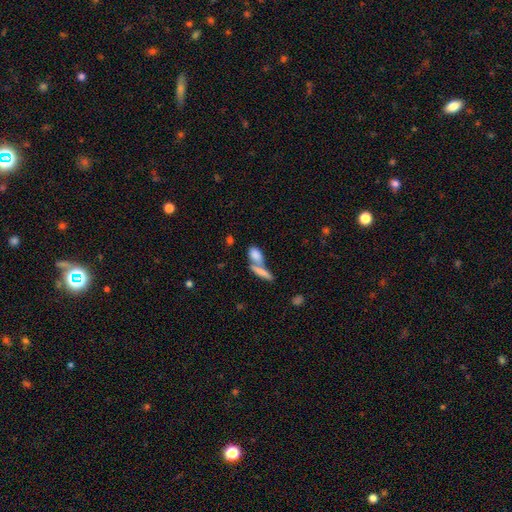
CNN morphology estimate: smooth-or-featured: smooth: 78% | featured or disk: 14% | star or artifact: 8%
  how-rounded: in between: 70% | cigar-shaped: 23% | round: 7%
  merging: merger: 52% | none: 35% | minor disturbance: 8% | major disturbance: 4%